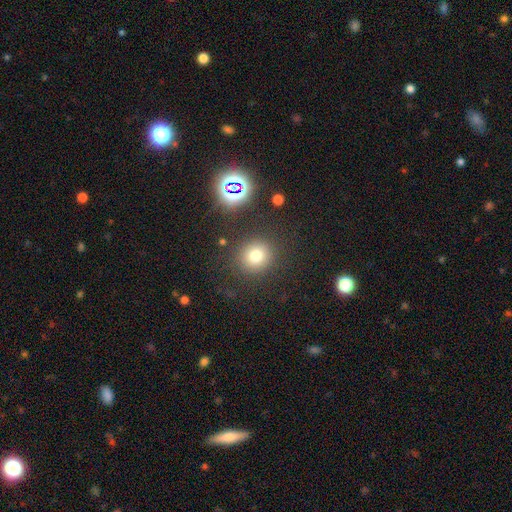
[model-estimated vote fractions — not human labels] smooth_or_featured: smooth (p=0.75) [alt: star or artifact p=0.16]
how_rounded: round (p=0.86) [alt: in between p=0.13]
merging: none (p=0.84) [alt: minor disturbance p=0.09]